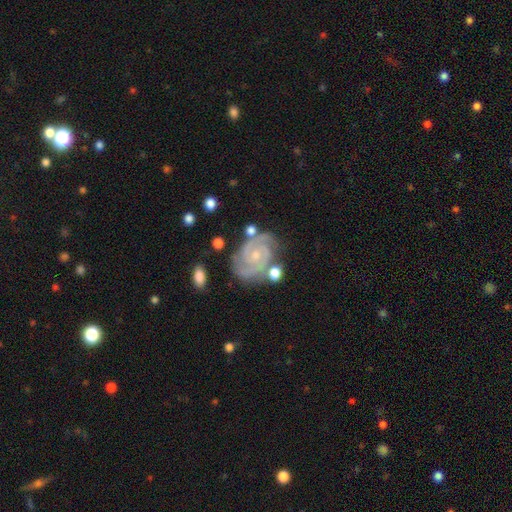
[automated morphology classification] A featured or disk galaxy (90%) with no bar (65%), 2 (67%) tight (68%) spiral arms (98%) and a small central bulge (71%). Merging: none (72%).